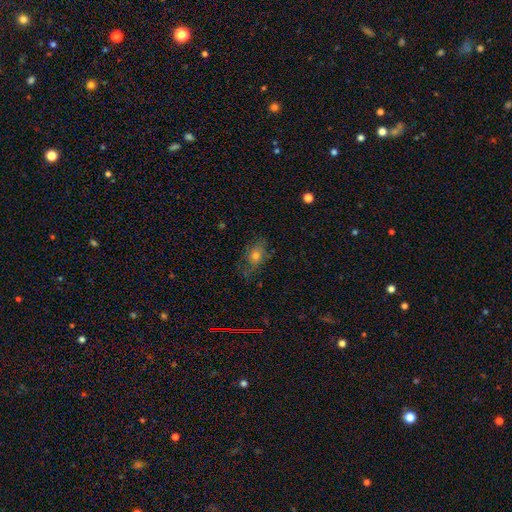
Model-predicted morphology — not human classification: smooth 52%, featured or disk 29%, star or artifact 19%. Down the decision tree: how rounded — in between (74%); merging — none (65%).